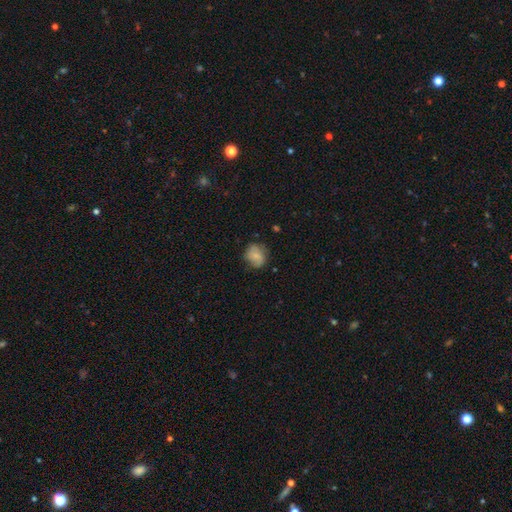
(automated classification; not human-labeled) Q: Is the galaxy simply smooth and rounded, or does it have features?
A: smooth — 68%.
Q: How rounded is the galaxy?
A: round — 69%.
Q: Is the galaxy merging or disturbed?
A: none — 67%.